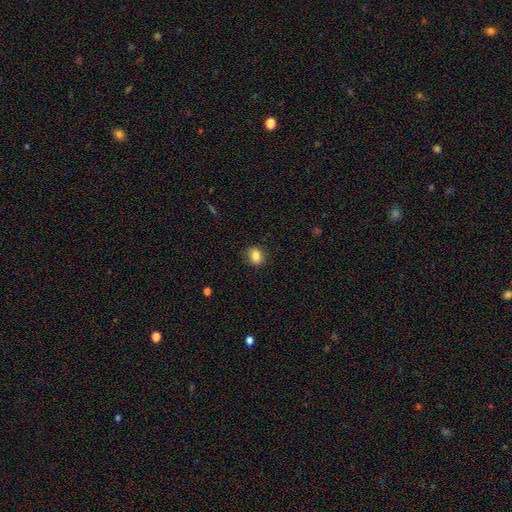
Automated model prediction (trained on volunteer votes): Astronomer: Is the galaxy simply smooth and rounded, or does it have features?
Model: smooth — 84%.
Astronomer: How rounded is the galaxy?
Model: round — 52% (runner-up: in between, 47%).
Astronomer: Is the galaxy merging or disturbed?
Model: none — 86%.